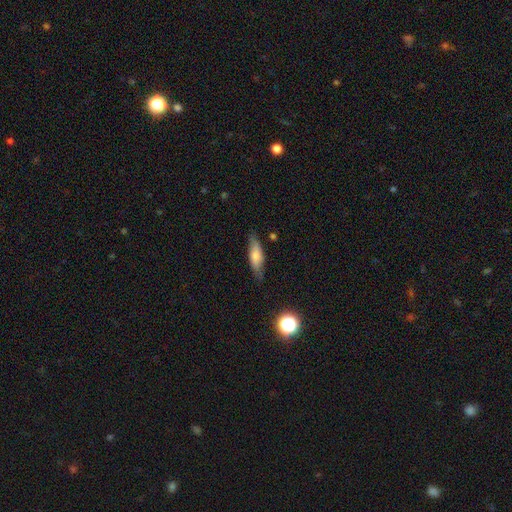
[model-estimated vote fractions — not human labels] Smooth or featured: smooth — 64% (featured or disk — 29%)
How rounded: in between — 50% (cigar-shaped — 47%)
Merging: none — 75% (minor disturbance — 20%)